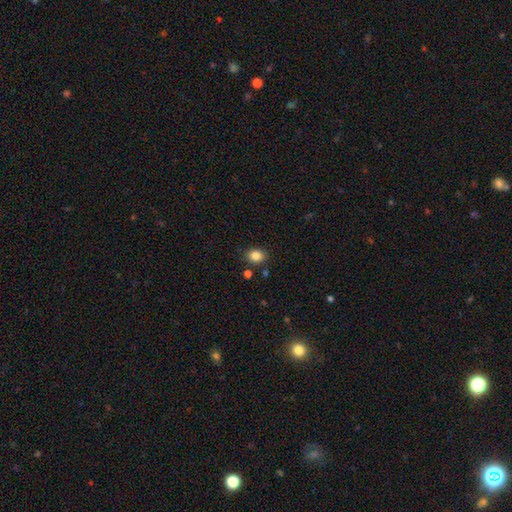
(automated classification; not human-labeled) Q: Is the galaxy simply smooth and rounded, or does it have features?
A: smooth — 84%.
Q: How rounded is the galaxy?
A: round — 52%.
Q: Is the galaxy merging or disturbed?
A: none — 83%.